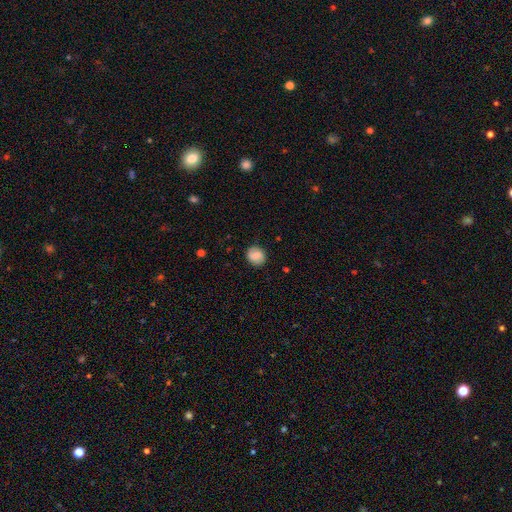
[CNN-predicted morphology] type=smooth (80%); roundness=round (75%); merging=none (83%).